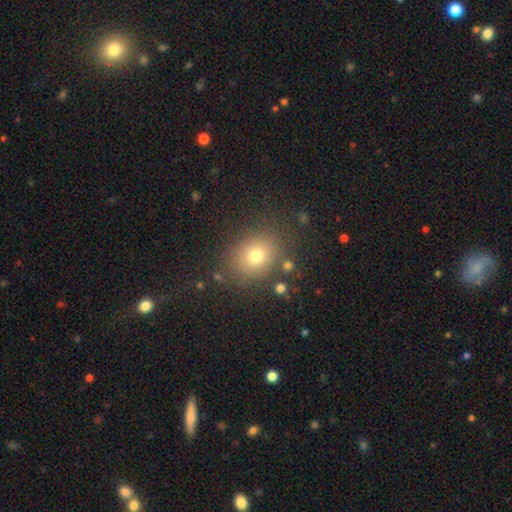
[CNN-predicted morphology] The model was most divided on "how rounded": round: 60%, in between: 39%, cigar-shaped: 1%. More confident: merging — none (83%); smooth or featured — smooth (74%).